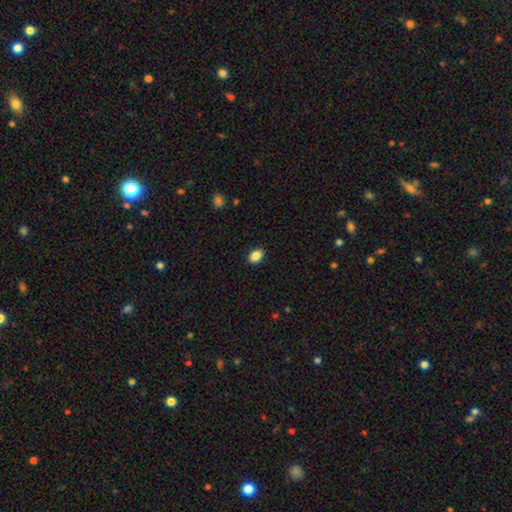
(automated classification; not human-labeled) Morphology: type=smooth (87%); roundness=in between (78%); merging=none (89%).